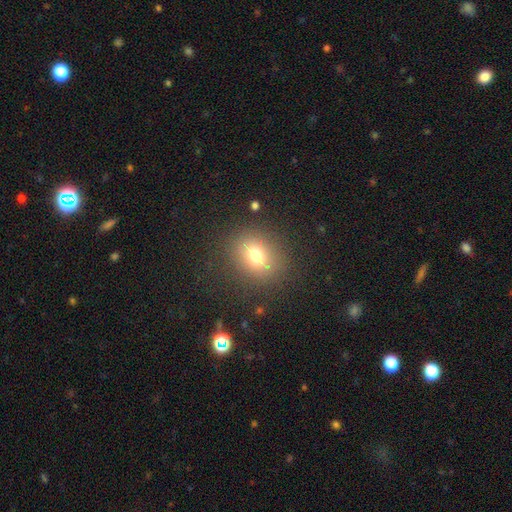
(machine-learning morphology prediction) Smooth or featured? Predicted: smooth (p=0.73). How rounded? Predicted: round (p=0.56). Merging? Predicted: none (p=0.84).